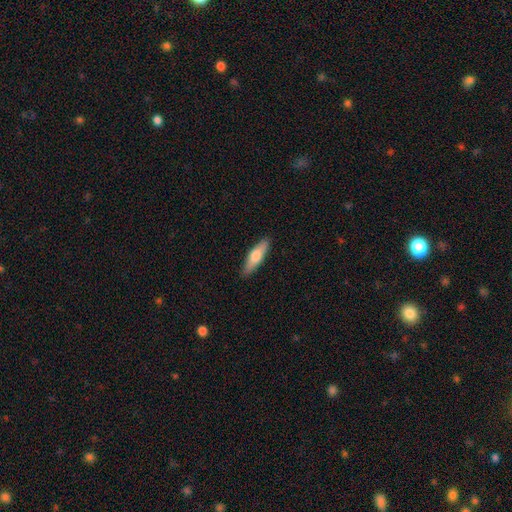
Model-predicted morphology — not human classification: This appears to be a smooth galaxy with no disk features (65%) that is cigar-shaped (58%). Merging: none (88%).